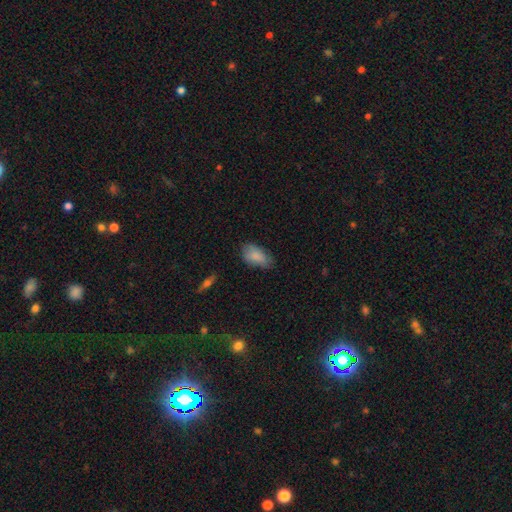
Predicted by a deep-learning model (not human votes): A smooth galaxy with no disk features (85%) that is in between round and cigar-shaped (92%).

Vote fractions:
- Smooth or featured? smooth: 85% / featured or disk: 8% / star or artifact: 7%
- How rounded? in between: 92% / round: 5% / cigar-shaped: 3%
- Merging? none: 65% / minor disturbance: 28% / major disturbance: 6% / merger: 1%